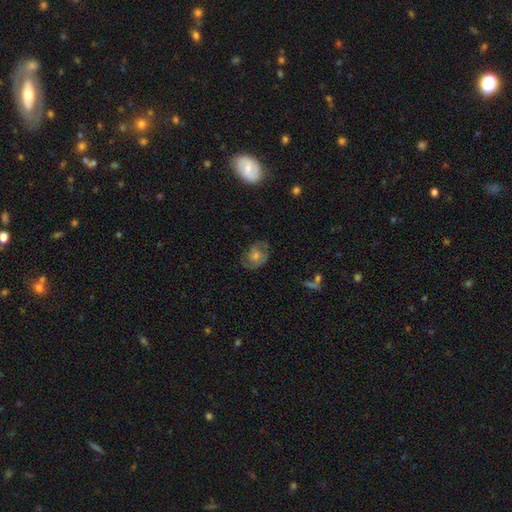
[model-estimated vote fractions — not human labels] Smooth or featured? Predicted: featured or disk (p=0.64). Edge-on disk? Predicted: no (p=0.96). Bar? Predicted: no (p=0.69). Spiral arms? Predicted: yes (p=0.86). Spiral winding? Predicted: tight (p=0.45). Spiral arm count? Predicted: 2 (p=0.71). Bulge size? Predicted: moderate (p=0.55). Merging? Predicted: none (p=0.74).